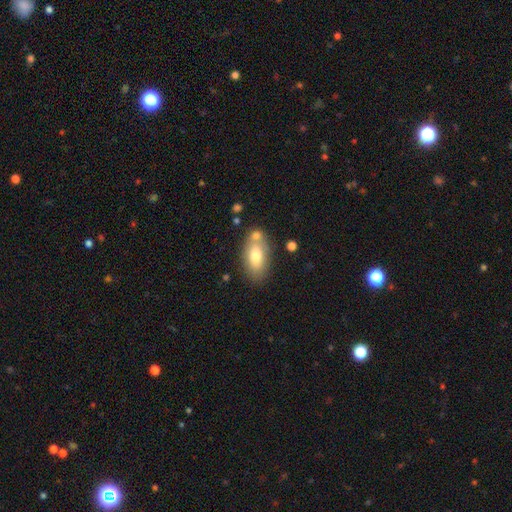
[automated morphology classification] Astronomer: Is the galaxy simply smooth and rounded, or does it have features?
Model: smooth — 72%.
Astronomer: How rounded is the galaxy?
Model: in between — 89%.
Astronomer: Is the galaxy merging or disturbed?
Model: none — 61%.